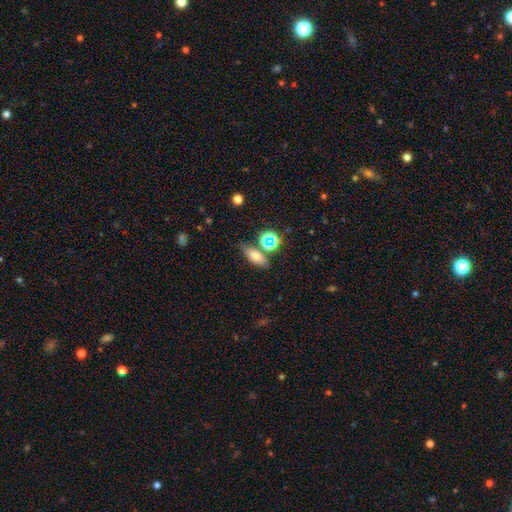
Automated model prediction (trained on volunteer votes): Smooth or featured: smooth — 66% (featured or disk — 18%)
How rounded: in between — 70% (cigar-shaped — 19%)
Merging: none — 68% (minor disturbance — 14%)